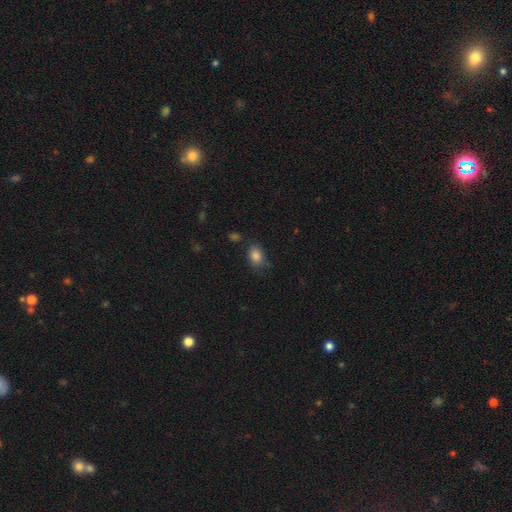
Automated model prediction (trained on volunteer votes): A smooth galaxy with no disk features (85%) that is in between round and cigar-shaped (80%). Merging: none (70%).